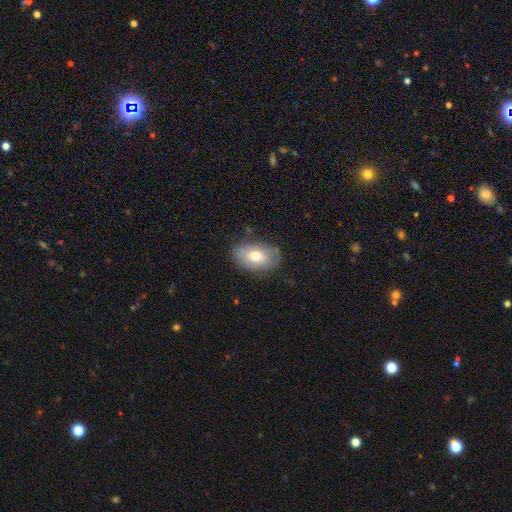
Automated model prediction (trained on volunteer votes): This appears to be a smooth galaxy with no disk features (69%) that is in between round and cigar-shaped (89%). Merging: none (77%).